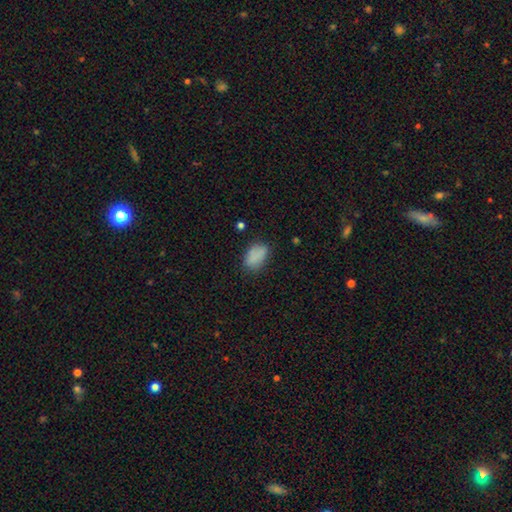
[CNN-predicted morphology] The model was most divided on "merging": none: 71%, minor disturbance: 21%, major disturbance: 6%, merger: 2%. More confident: how rounded — in between (89%); smooth or featured — smooth (84%).